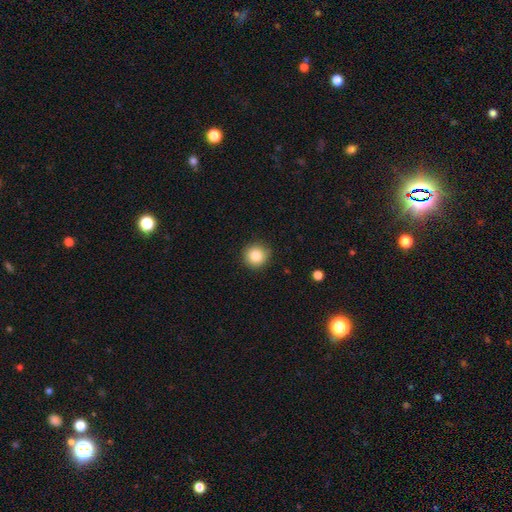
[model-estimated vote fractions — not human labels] Smooth or featured? Predicted: smooth (p=0.84). How rounded? Predicted: round (p=0.93). Merging? Predicted: none (p=0.89).